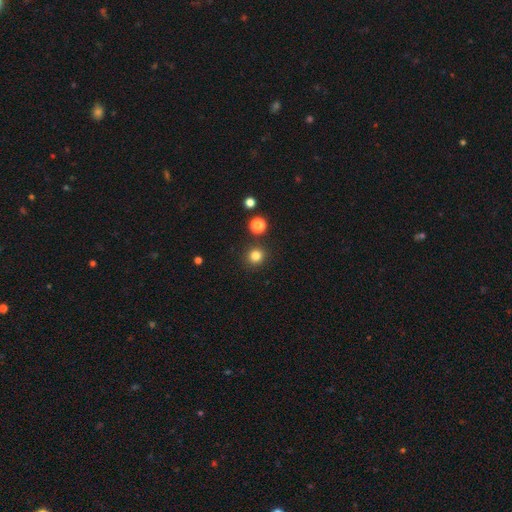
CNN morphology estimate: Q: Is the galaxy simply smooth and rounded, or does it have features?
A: smooth — 82%.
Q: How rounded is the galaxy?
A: round — 93%.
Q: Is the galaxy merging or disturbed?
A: none — 88%.